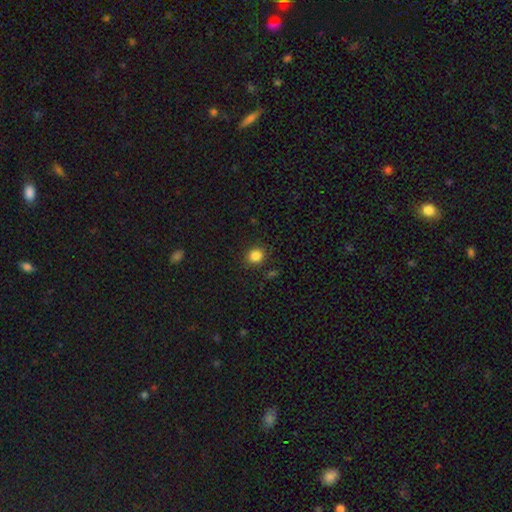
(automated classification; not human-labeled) A smooth galaxy with no disk features (84%) that is round (80%).

Vote fractions:
- Smooth or featured? smooth: 84% / star or artifact: 11% / featured or disk: 4%
- How rounded? round: 80% / in between: 19% / cigar-shaped: 1%
- Merging? none: 87% / minor disturbance: 8% / major disturbance: 3% / merger: 2%